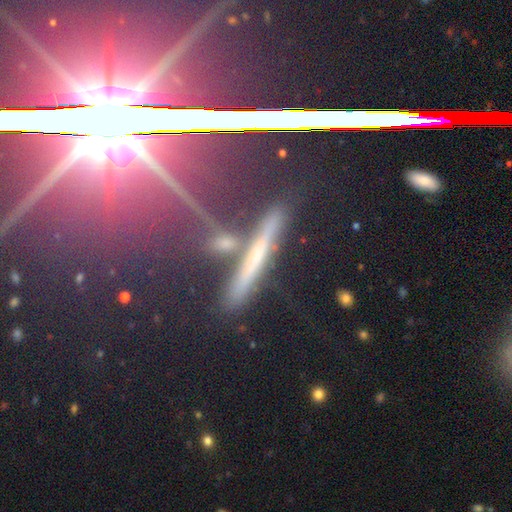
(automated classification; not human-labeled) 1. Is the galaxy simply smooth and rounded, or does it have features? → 37% featured or disk, 35% smooth, 28% star or artifact.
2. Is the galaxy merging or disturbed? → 80% none, 11% minor disturbance, 5% merger, 4% major disturbance.